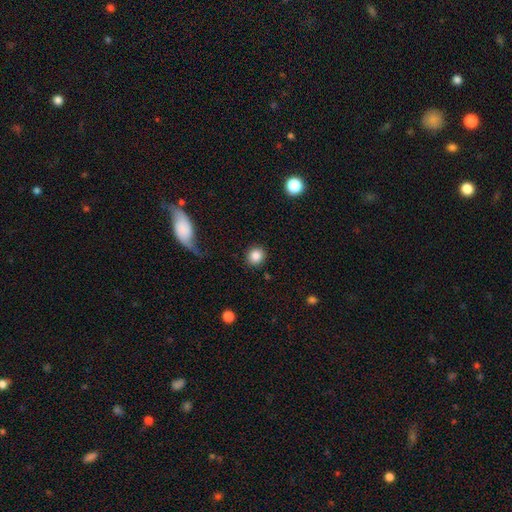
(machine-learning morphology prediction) Smooth or featured?
  - smooth: 86% *
  - star or artifact: 9%
  - featured or disk: 5%
How rounded?
  - round: 86% *
  - in between: 13%
  - cigar-shaped: 1%
Merging?
  - none: 87% *
  - minor disturbance: 7%
  - major disturbance: 3%
  - merger: 2%